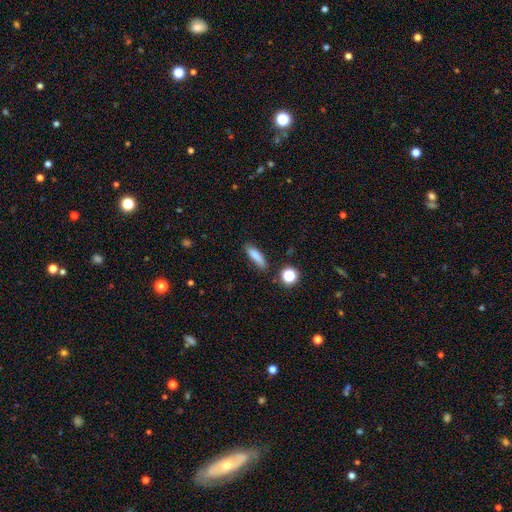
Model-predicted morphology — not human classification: Smooth or featured? Predicted: smooth (p=0.81). How rounded? Predicted: cigar-shaped (p=0.60). Merging? Predicted: none (p=0.80).